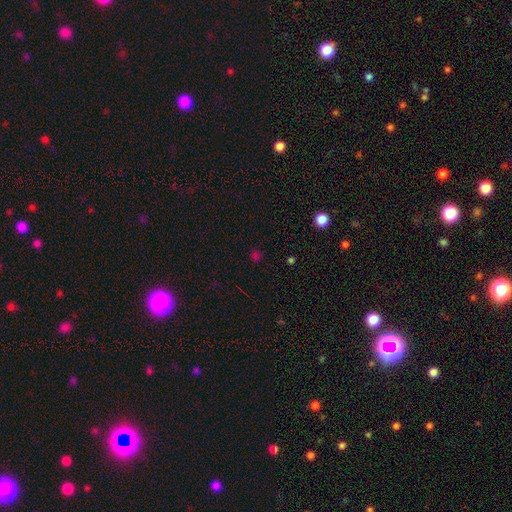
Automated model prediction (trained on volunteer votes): Morphology: type=smooth (55%); roundness=round (85%); merging=none (83%).